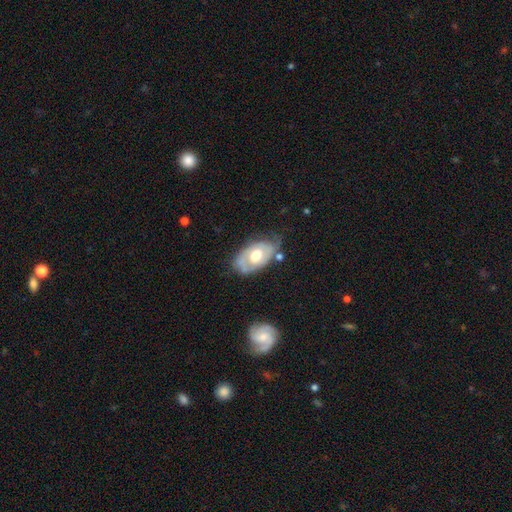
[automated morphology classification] smooth-or-featured: featured or disk: 65% | smooth: 30% | star or artifact: 5%
  disk-edge-on: no: 93% | yes: 7%
    bar: no: 69% | weak: 26% | strong: 5%
    has-spiral-arms: yes: 65% | no: 35%
    bulge-size: moderate: 64% | large: 27% | small: 7% | dominant: 1% | none: 1%
  merging: none: 52% | minor disturbance: 31% | major disturbance: 11% | merger: 5%